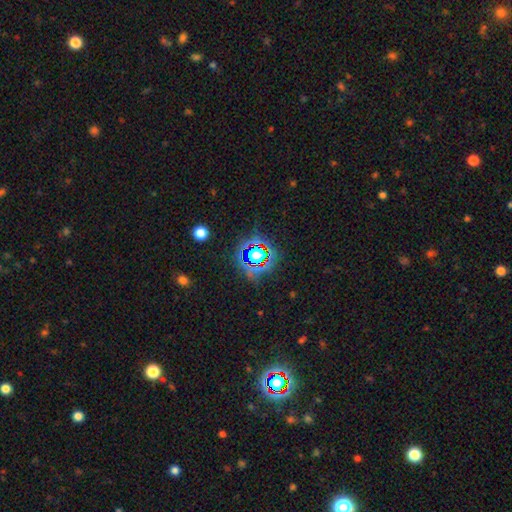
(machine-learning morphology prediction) Smooth or featured?
  - star or artifact: 65% *
  - smooth: 23%
  - featured or disk: 12%